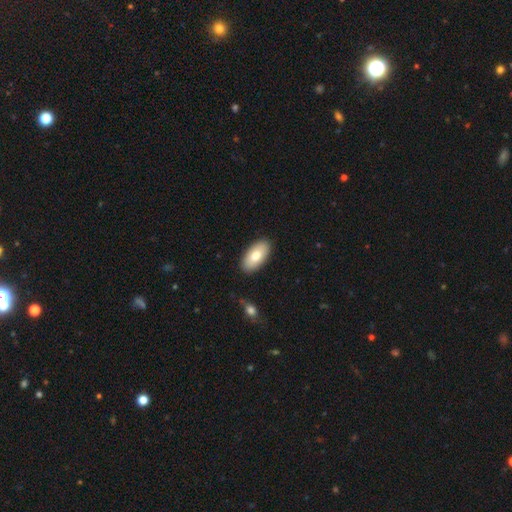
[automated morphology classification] Smooth or featured? smooth (78%)
How rounded? in between (94%)
Merging? none (89%)